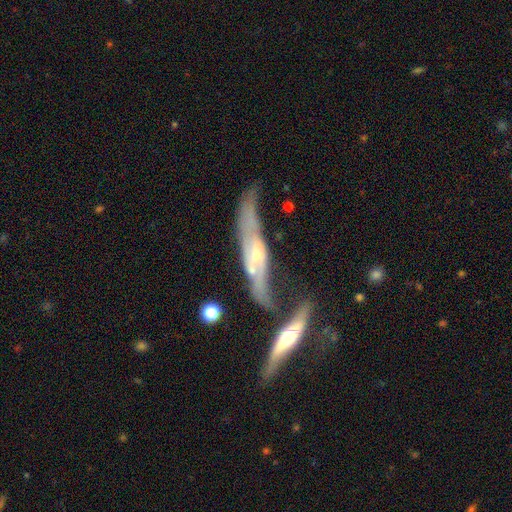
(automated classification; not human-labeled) A featured or disk galaxy (73%) viewed edge-on (63%).

Vote fractions:
- Smooth or featured? featured or disk: 73% / smooth: 20% / star or artifact: 7%
- Edge-on disk? yes: 63% / no: 37%
- Merging? none: 42% / merger: 23% / minor disturbance: 22% / major disturbance: 13%